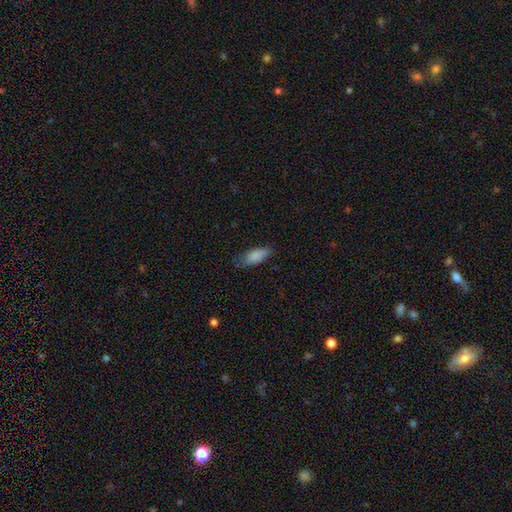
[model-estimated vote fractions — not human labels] smooth-or-featured: smooth: 84% | featured or disk: 9% | star or artifact: 7%
  how-rounded: in between: 79% | cigar-shaped: 19% | round: 2%
  merging: none: 67% | minor disturbance: 26% | major disturbance: 6% | merger: 1%